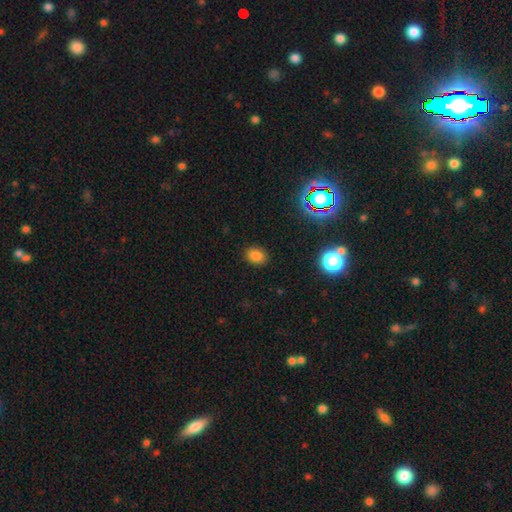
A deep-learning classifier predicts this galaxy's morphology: smooth 81%, star or artifact 14%, featured or disk 5%. Down the decision tree: how rounded — in between (63%); merging — none (87%).